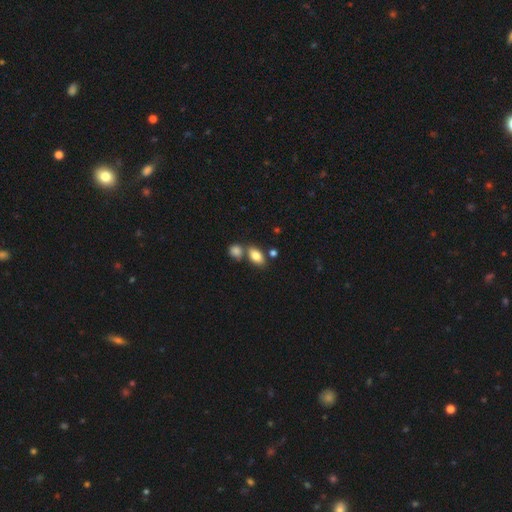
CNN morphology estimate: smooth_or_featured: smooth (p=0.82) [alt: featured or disk p=0.10]
how_rounded: in between (p=0.88) [alt: round p=0.09]
merging: none (p=0.58) [alt: merger p=0.28]